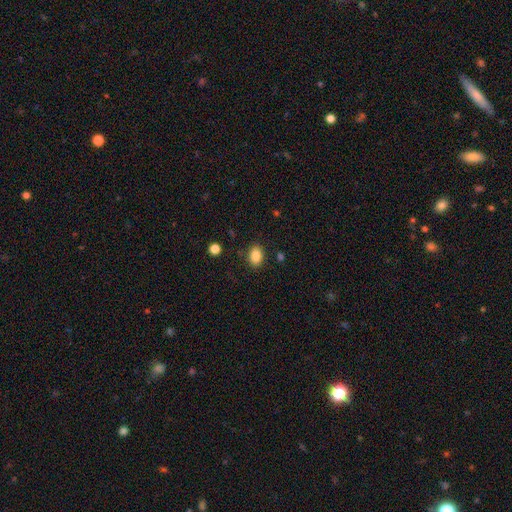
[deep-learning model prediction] Overall: smooth (86%). How rounded: in between (80%). Merging: none (85%).